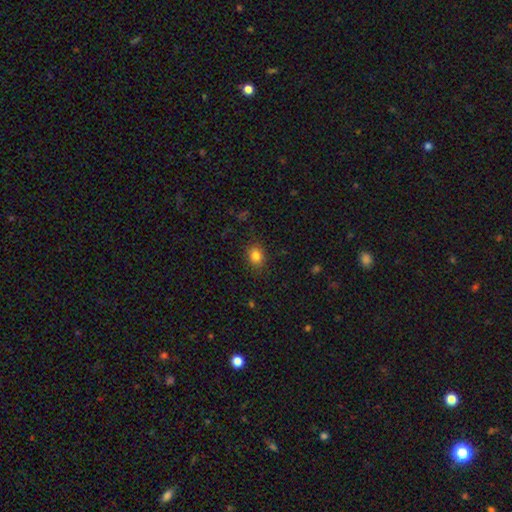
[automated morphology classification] Smooth or featured? smooth (84%)
How rounded? round (50%)
Merging? none (86%)